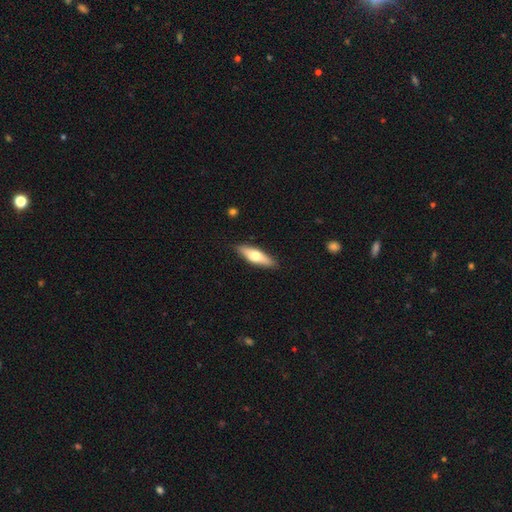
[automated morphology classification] This is possibly a smooth galaxy (54%). How rounded: possibly cigar-shaped (54%). Merging: clearly none (88%).